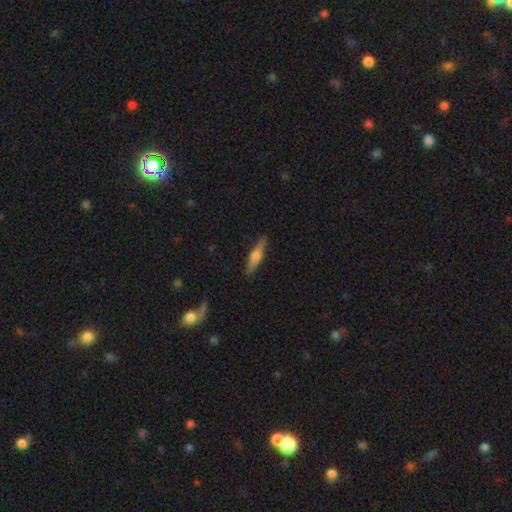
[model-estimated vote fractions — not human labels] smooth_or_featured: featured or disk (p=0.57) [alt: smooth p=0.37]
disk_edge_on: yes (p=0.96) [alt: no p=0.04]
edge_on_bulge: rounded (p=0.88) [alt: boxy p=0.08]
merging: none (p=0.88) [alt: minor disturbance p=0.08]